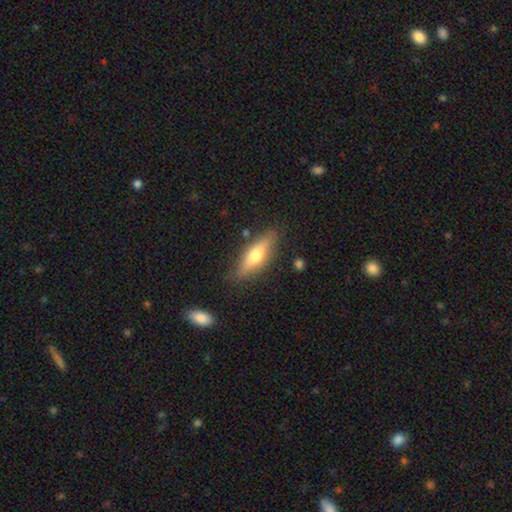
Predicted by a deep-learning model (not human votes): Smooth or featured?
  - smooth: 56% *
  - featured or disk: 38%
  - star or artifact: 6%
How rounded?
  - cigar-shaped: 54% *
  - in between: 44%
  - round: 2%
Merging?
  - none: 82% *
  - minor disturbance: 12%
  - major disturbance: 3%
  - merger: 2%